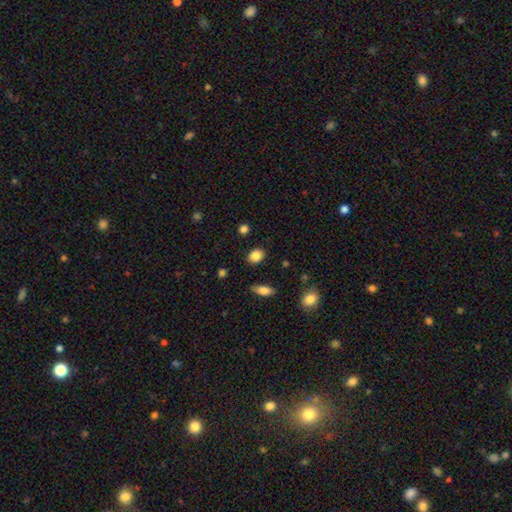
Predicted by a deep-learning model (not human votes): Smooth or featured: smooth — 86% (star or artifact — 9%)
How rounded: in between — 54% (round — 45%)
Merging: none — 87% (minor disturbance — 9%)